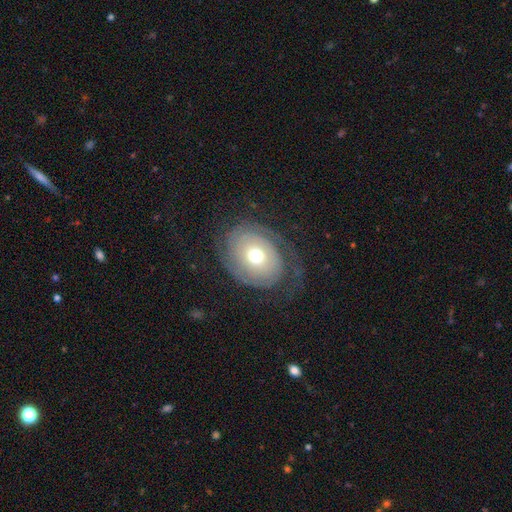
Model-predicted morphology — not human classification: This is likely a featured or disk galaxy (61%). It is clearly not viewed edge-on (95%). Bar: clearly no (83%). Spiral arm pattern: likely yes (73%). Central bulge: likely moderate (68%). Merging: likely none (60%).